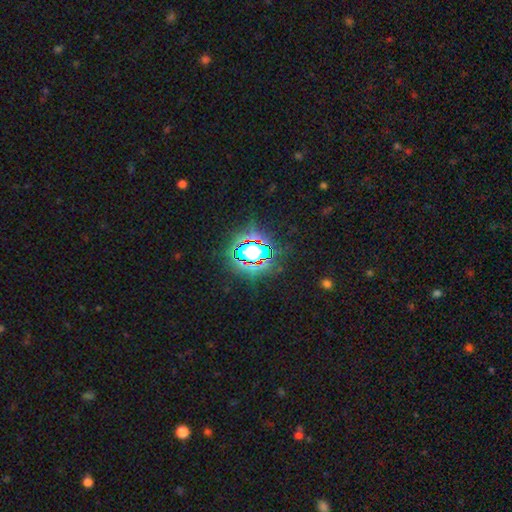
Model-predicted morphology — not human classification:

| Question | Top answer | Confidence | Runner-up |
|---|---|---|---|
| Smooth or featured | star or artifact | 72% | smooth (17%) |